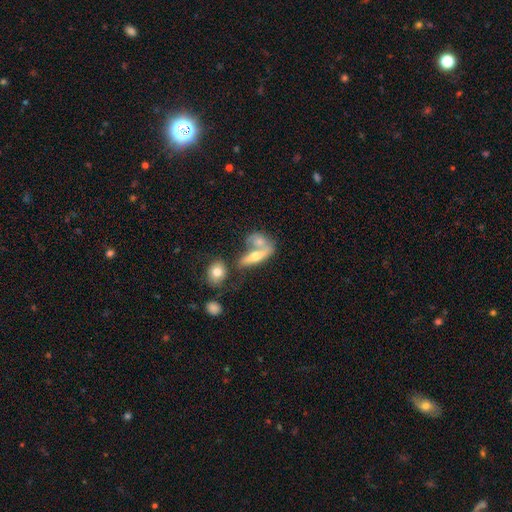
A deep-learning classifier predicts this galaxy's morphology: Q: Smooth or featured?
A: smooth (47%); runner-up: featured or disk (44%)
Q: Merging?
A: merger (52%); runner-up: none (28%)